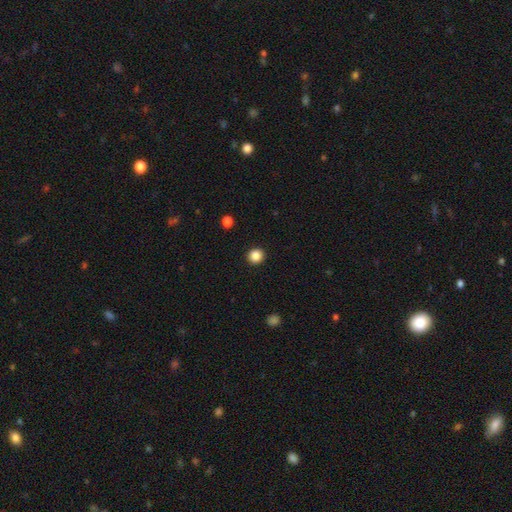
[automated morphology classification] smooth 87%, star or artifact 10%, featured or disk 3%. Down the decision tree: how rounded — round (89%); merging — none (93%).